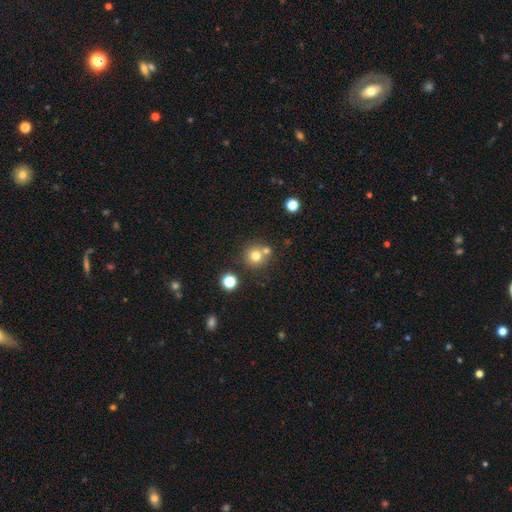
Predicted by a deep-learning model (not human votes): smooth 74%, star or artifact 15%, featured or disk 11%. Down the decision tree: how rounded — round (92%); merging — none (64%).